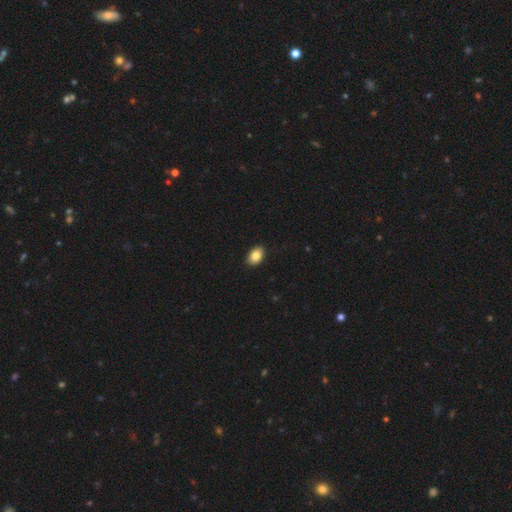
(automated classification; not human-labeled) A smooth galaxy with no disk features (85%) that is in between round and cigar-shaped (89%). Merging: none (90%).